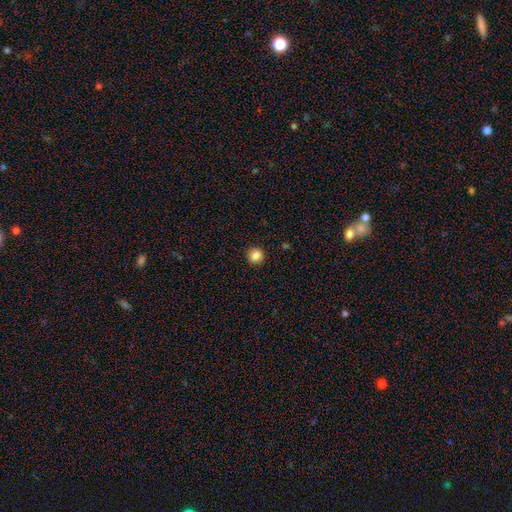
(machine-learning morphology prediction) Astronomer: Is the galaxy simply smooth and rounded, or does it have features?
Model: smooth — 86%.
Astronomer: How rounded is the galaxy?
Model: round — 90%.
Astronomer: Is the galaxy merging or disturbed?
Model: none — 91%.